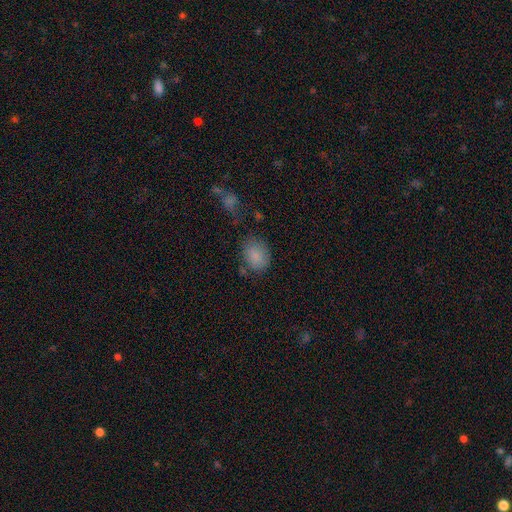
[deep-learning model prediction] Morphology: type=smooth (86%); roundness=in between (68%); merging=none (67%).